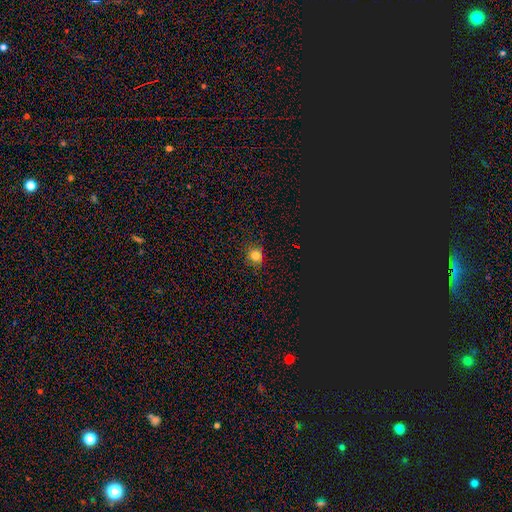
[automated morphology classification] smooth-or-featured: smooth: 73% | star or artifact: 21% | featured or disk: 5%
  how-rounded: round: 82% | in between: 17% | cigar-shaped: 1%
  merging: none: 85% | minor disturbance: 10% | major disturbance: 3% | merger: 1%